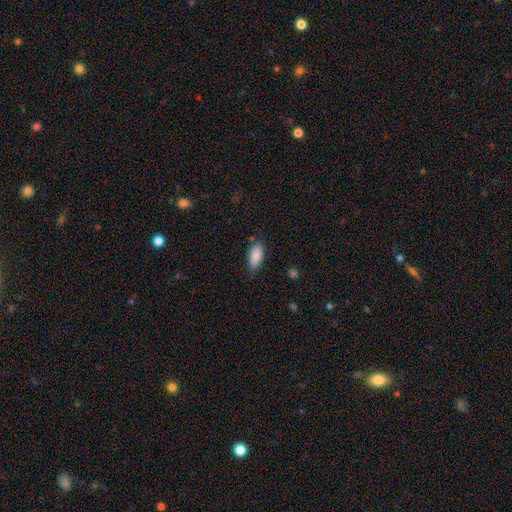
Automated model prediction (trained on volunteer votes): smooth 89%, star or artifact 7%, featured or disk 5%. Down the decision tree: how rounded — in between (89%); merging — none (79%).